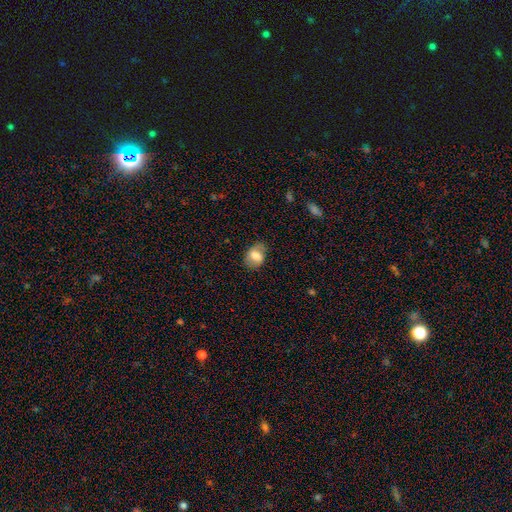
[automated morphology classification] Smooth or featured: smooth — 66% (featured or disk — 26%)
How rounded: in between — 75% (round — 24%)
Merging: none — 65% (minor disturbance — 24%)